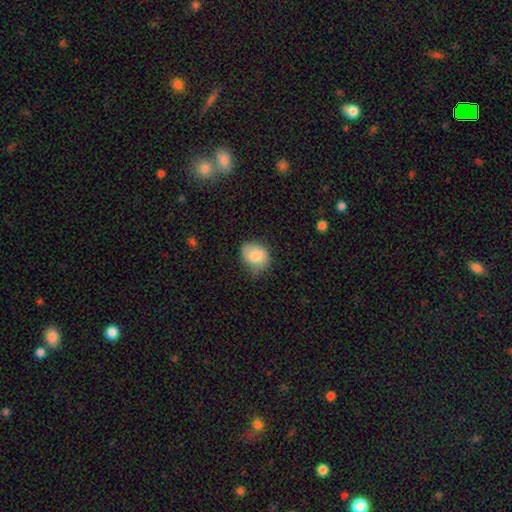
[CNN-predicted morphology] Overall: smooth (78%). How rounded: in between (52%; round 47%). Merging: none (58%; minor disturbance 33%).